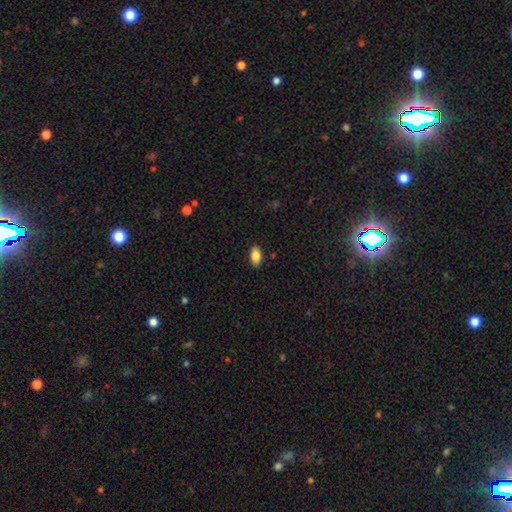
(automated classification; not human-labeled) Smooth or featured? smooth (86%)
How rounded? in between (92%)
Merging? none (87%)